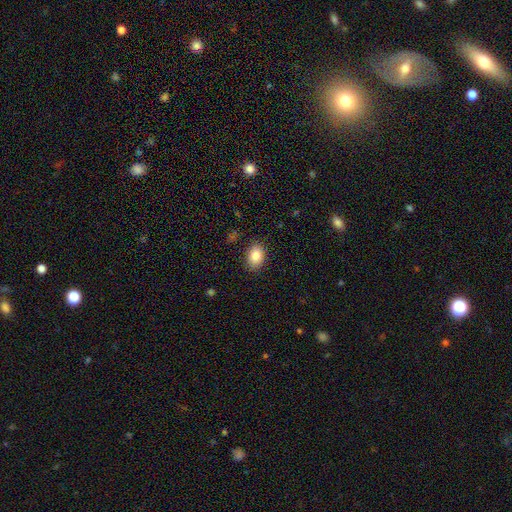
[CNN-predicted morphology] Smooth or featured: smooth — 83% (featured or disk — 8%)
How rounded: in between — 82% (round — 17%)
Merging: none — 87% (minor disturbance — 9%)